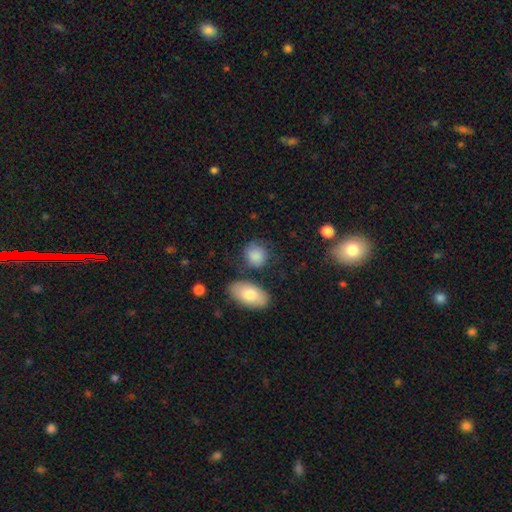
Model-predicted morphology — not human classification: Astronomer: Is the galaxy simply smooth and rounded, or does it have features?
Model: smooth — 86%.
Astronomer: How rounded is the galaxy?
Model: round — 68%.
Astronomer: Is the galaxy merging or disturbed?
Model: none — 70%.